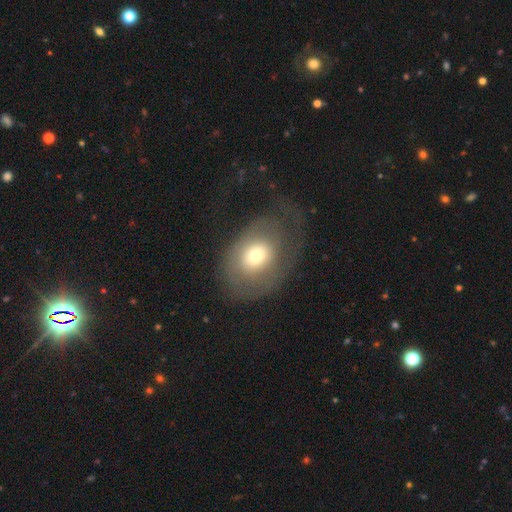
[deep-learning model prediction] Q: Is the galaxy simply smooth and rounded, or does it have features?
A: smooth — 57%.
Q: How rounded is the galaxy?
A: in between — 64%.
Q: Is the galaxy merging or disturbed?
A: none — 42%.